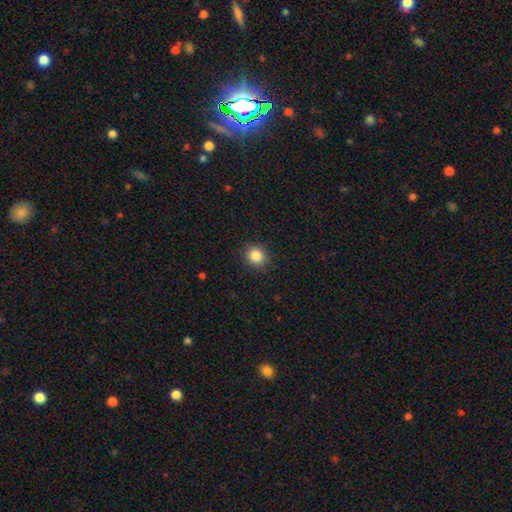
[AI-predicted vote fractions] This is clearly a smooth galaxy (86%). How rounded: clearly round (82%). Merging: clearly none (88%).